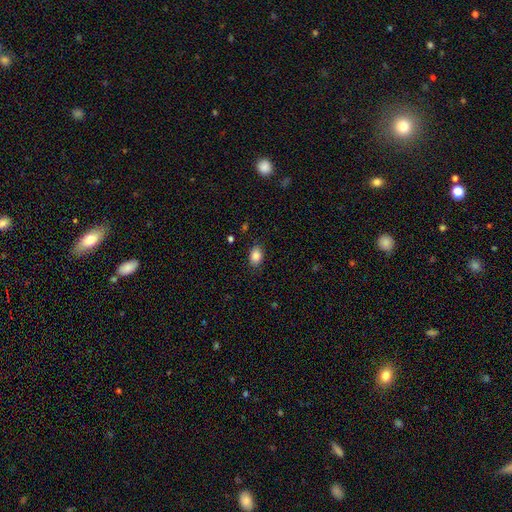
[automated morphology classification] Smooth or featured? smooth (87%)
How rounded? in between (81%)
Merging? none (87%)